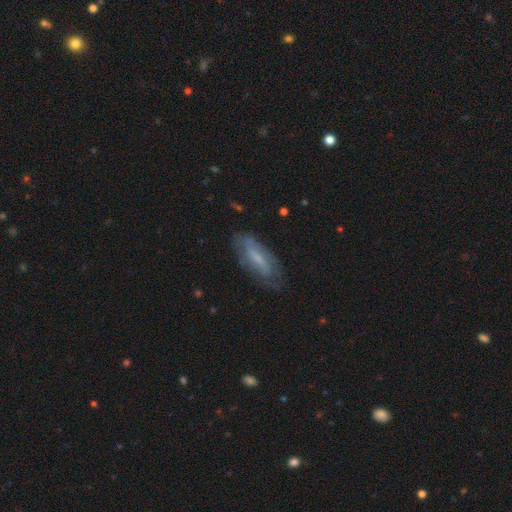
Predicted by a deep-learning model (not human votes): Smooth or featured? featured or disk (54%)
Edge-on disk? no (79%)
Merging? none (72%)